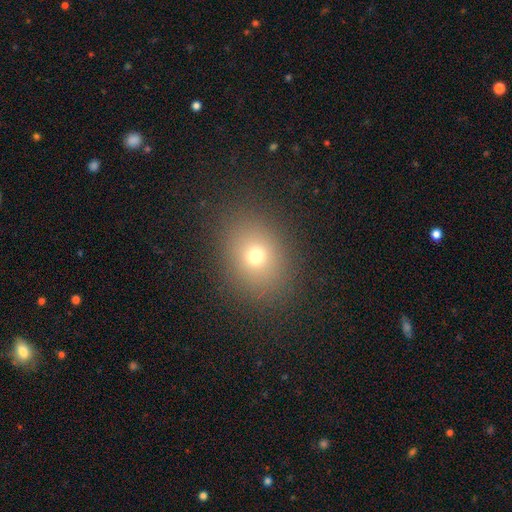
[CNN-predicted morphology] A smooth galaxy with no disk features (70%) that is in between round and cigar-shaped (52%). Merging: none (86%).